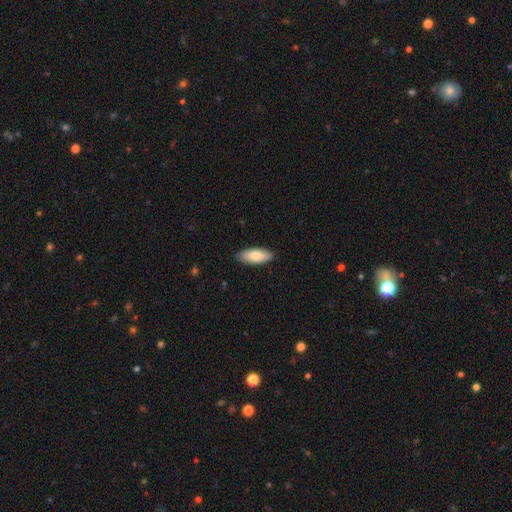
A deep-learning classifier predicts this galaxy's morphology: Smooth or featured?
  - smooth: 79% *
  - featured or disk: 15%
  - star or artifact: 6%
How rounded?
  - in between: 82% *
  - cigar-shaped: 16%
  - round: 2%
Merging?
  - none: 87% *
  - minor disturbance: 10%
  - major disturbance: 2%
  - merger: 1%